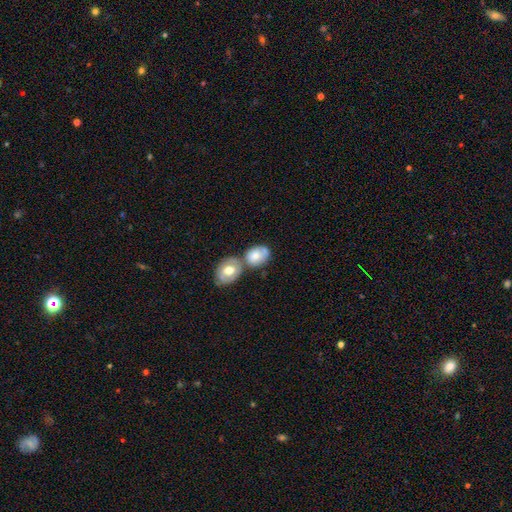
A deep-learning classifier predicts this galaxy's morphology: type=smooth (66%); roundness=in between (59%); merging=merger (50%).